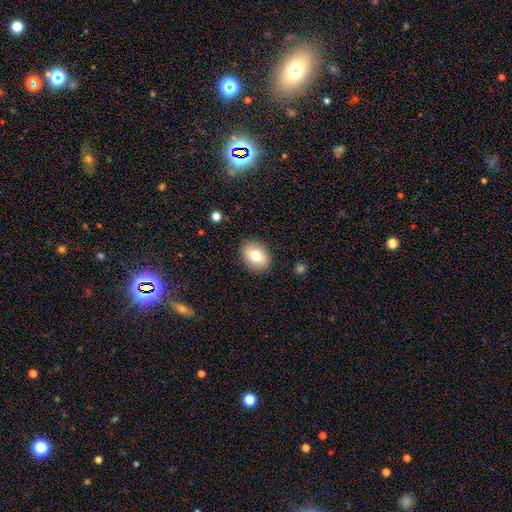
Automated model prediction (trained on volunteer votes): Smooth or featured: smooth — 73% (featured or disk — 19%)
How rounded: in between — 71% (round — 28%)
Merging: none — 88% (minor disturbance — 9%)